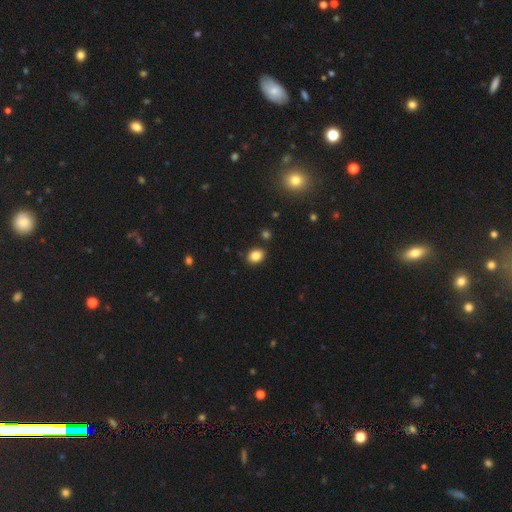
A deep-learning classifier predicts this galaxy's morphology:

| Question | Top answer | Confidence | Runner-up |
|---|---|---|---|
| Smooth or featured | smooth | 84% | star or artifact (10%) |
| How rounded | in between | 57% | round (42%) |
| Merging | none | 86% | minor disturbance (9%) |